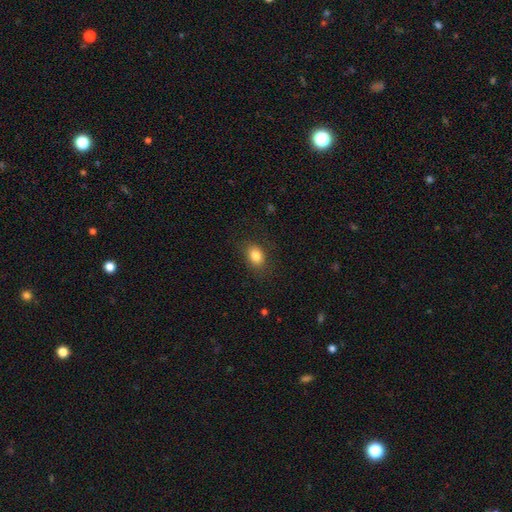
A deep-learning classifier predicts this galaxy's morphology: Smooth or featured?
  - smooth: 83% *
  - star or artifact: 10%
  - featured or disk: 7%
How rounded?
  - in between: 71% *
  - round: 28%
  - cigar-shaped: 1%
Merging?
  - none: 82% *
  - minor disturbance: 12%
  - major disturbance: 4%
  - merger: 1%